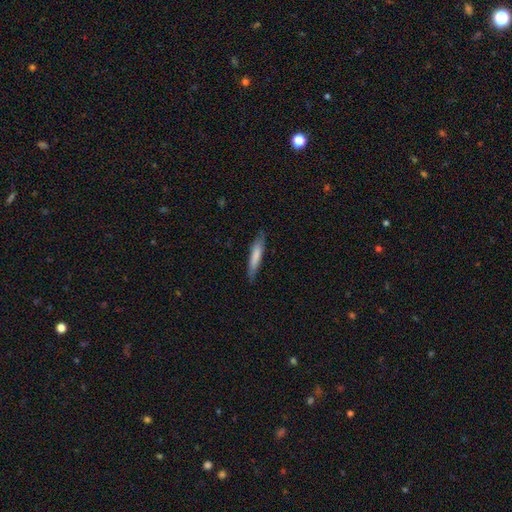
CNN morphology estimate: Smooth or featured? Predicted: smooth (p=0.73). How rounded? Predicted: cigar-shaped (p=0.87). Merging? Predicted: none (p=0.78).